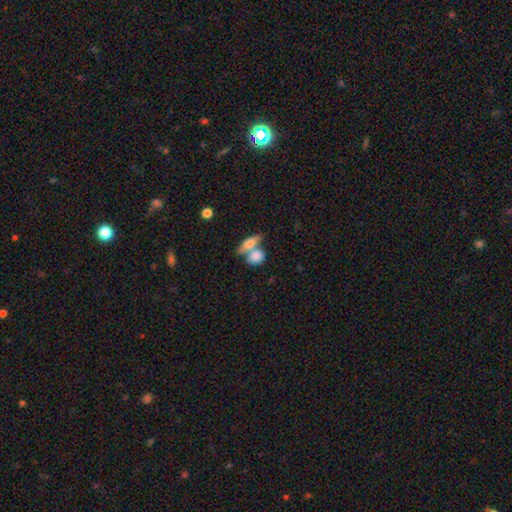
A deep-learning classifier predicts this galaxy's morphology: Smooth or featured? Predicted: smooth (p=0.77). How rounded? Predicted: in between (p=0.54). Merging? Predicted: merger (p=0.51).